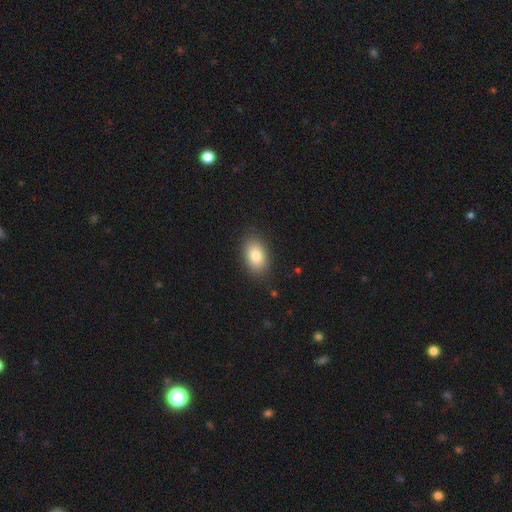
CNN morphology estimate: The model was most divided on "smooth or featured": smooth: 84%, featured or disk: 9%, star or artifact: 8%. More confident: how rounded — in between (89%); merging — none (86%).